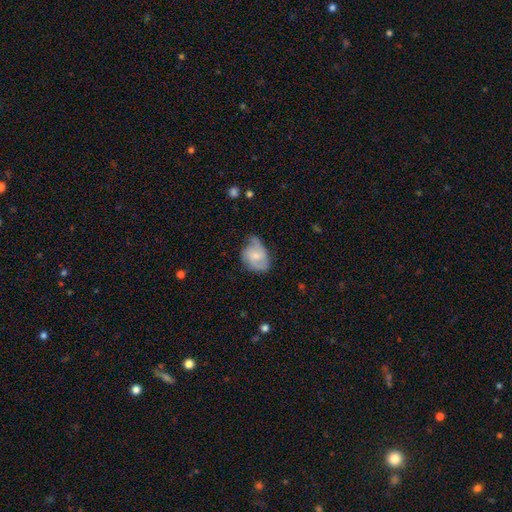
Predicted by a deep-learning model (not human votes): smooth 49%, featured or disk 44%, star or artifact 7%. Down the decision tree: merging — minor disturbance (41%).